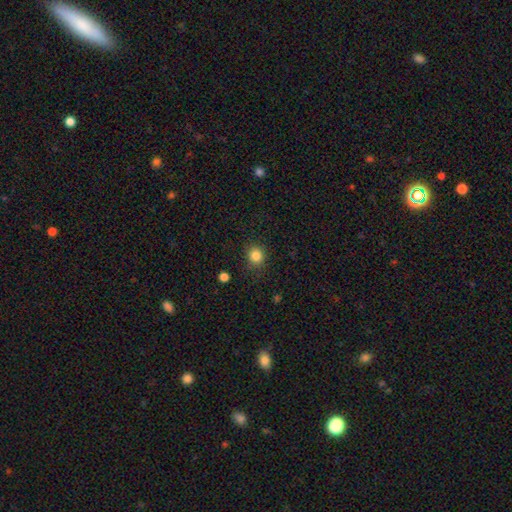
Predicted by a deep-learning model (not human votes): A smooth galaxy with no disk features (84%) that is round (83%). Merging: none (84%).